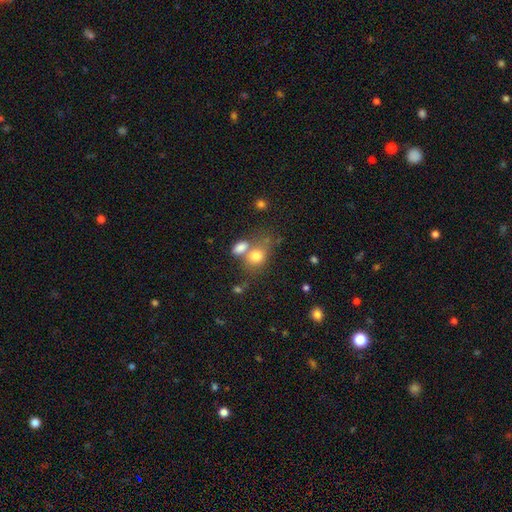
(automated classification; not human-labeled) This appears to be a smooth galaxy with no disk features (76%) that is in between round and cigar-shaped (54%). Merging: none (43%).